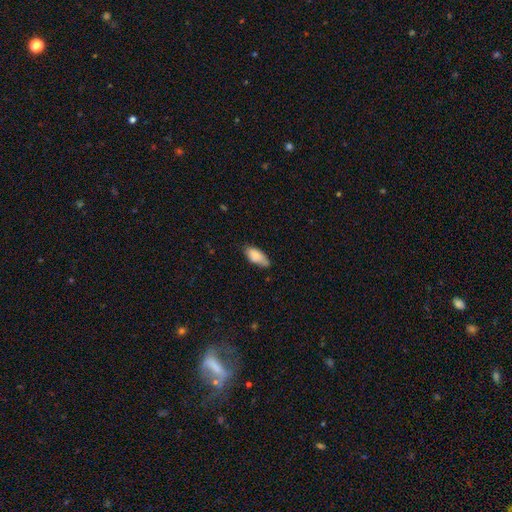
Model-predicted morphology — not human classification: Smooth or featured: smooth — 83% (featured or disk — 10%)
How rounded: in between — 87% (cigar-shaped — 10%)
Merging: none — 63% (minor disturbance — 30%)